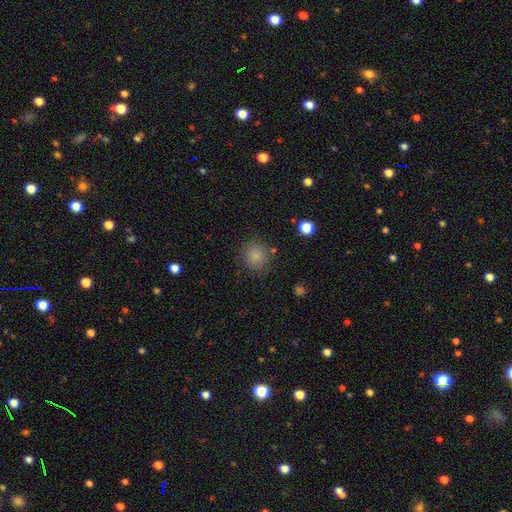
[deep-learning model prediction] The model was most divided on "merging": none: 83%, minor disturbance: 10%, major disturbance: 4%, merger: 3%. More confident: how rounded — round (87%); smooth or featured — smooth (84%).